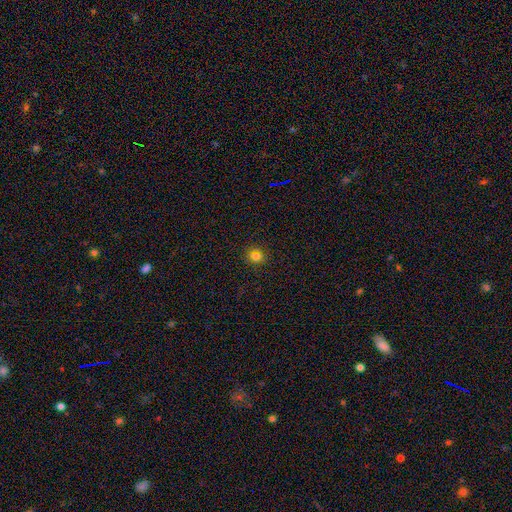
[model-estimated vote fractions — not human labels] A smooth galaxy with no disk features (78%) that is round (83%).

Vote fractions:
- Smooth or featured? smooth: 78% / star or artifact: 16% / featured or disk: 6%
- How rounded? round: 83% / in between: 16% / cigar-shaped: 1%
- Merging? none: 90% / minor disturbance: 7% / major disturbance: 2% / merger: 1%